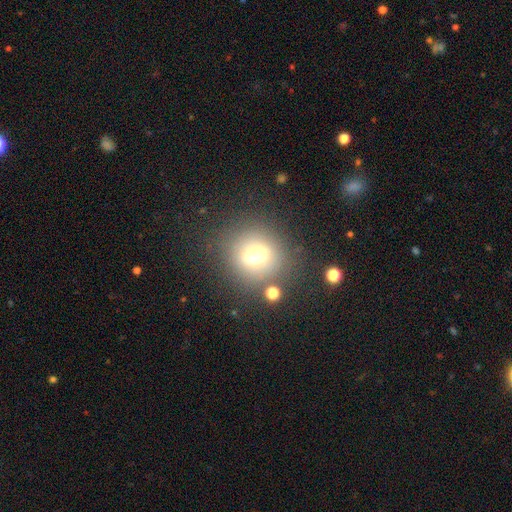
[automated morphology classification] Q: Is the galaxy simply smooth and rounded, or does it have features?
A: smooth — 69%.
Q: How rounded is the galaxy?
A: round — 76%.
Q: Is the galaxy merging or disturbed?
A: none — 74%.